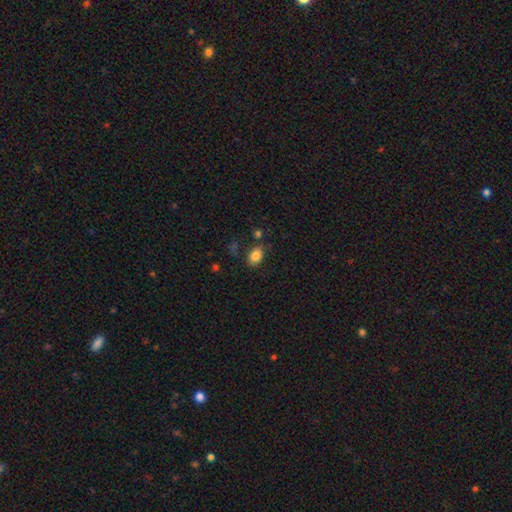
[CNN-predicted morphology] Smooth or featured? Predicted: smooth (p=0.84). How rounded? Predicted: in between (p=0.80). Merging? Predicted: none (p=0.74).